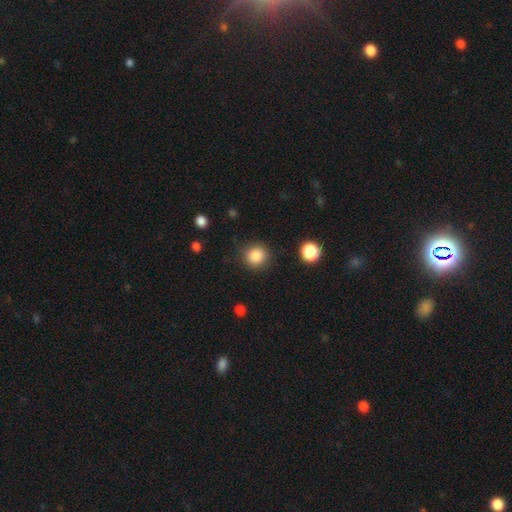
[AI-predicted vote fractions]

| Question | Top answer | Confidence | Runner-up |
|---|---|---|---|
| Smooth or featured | smooth | 86% | star or artifact (10%) |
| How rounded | round | 91% | in between (8%) |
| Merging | none | 88% | minor disturbance (7%) |